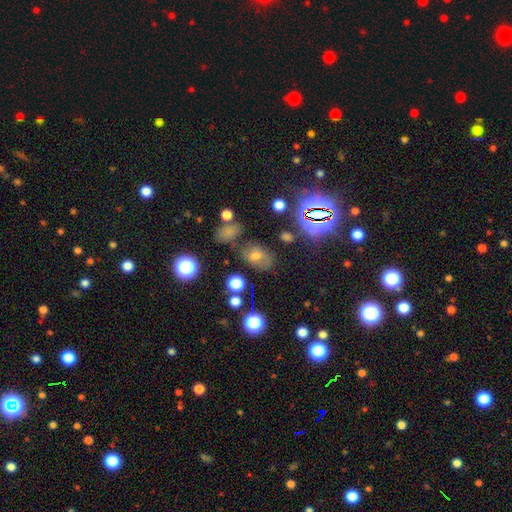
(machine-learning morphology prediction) type=smooth (47%); merging=none (63%).